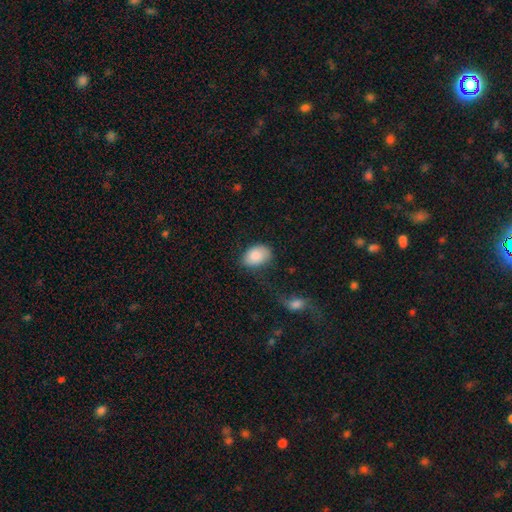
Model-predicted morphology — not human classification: Smooth or featured?
  - smooth: 86% *
  - star or artifact: 7%
  - featured or disk: 7%
How rounded?
  - in between: 85% *
  - round: 14%
  - cigar-shaped: 1%
Merging?
  - none: 69% *
  - minor disturbance: 22%
  - major disturbance: 6%
  - merger: 3%